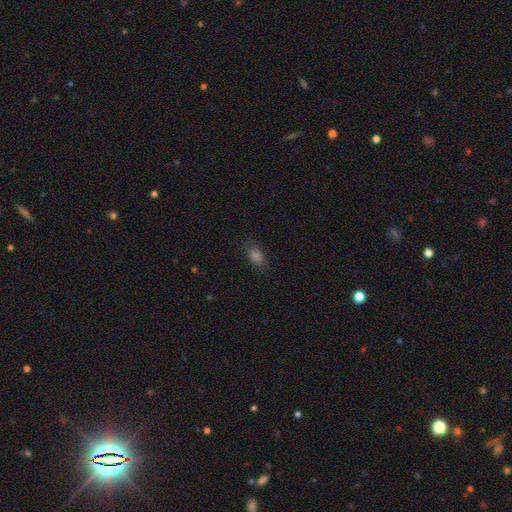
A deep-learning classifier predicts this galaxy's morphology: Smooth or featured?
  - smooth: 76% *
  - star or artifact: 18%
  - featured or disk: 7%
How rounded?
  - in between: 80% *
  - round: 15%
  - cigar-shaped: 5%
Merging?
  - none: 84% *
  - minor disturbance: 12%
  - major disturbance: 3%
  - merger: 1%